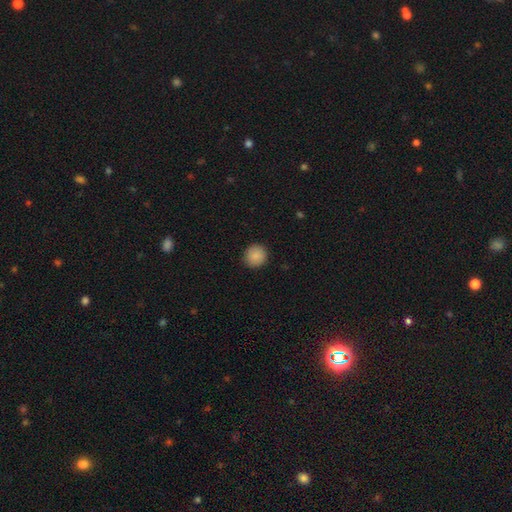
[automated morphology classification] A smooth galaxy with no disk features (88%) that is round (93%). Merging: none (91%).